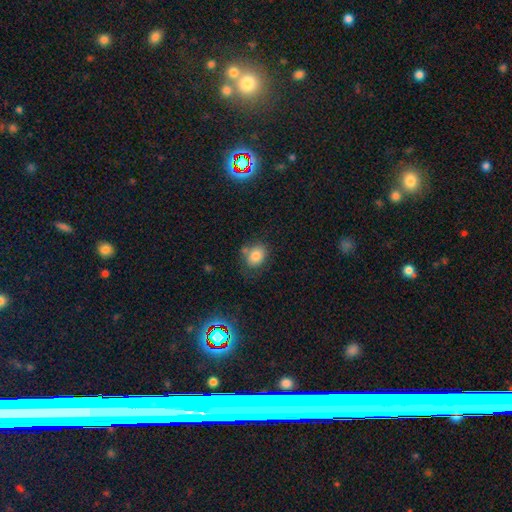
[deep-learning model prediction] smooth-or-featured: smooth: 81% | star or artifact: 11% | featured or disk: 9%
  how-rounded: in between: 63% | round: 36% | cigar-shaped: 1%
  merging: none: 64% | minor disturbance: 18% | merger: 11% | major disturbance: 6%